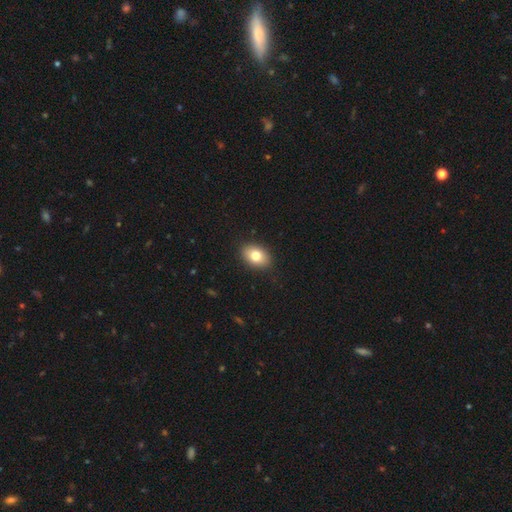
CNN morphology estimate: The model was most divided on "how rounded": in between: 82%, round: 17%, cigar-shaped: 1%. More confident: merging — none (89%); smooth or featured — smooth (79%).